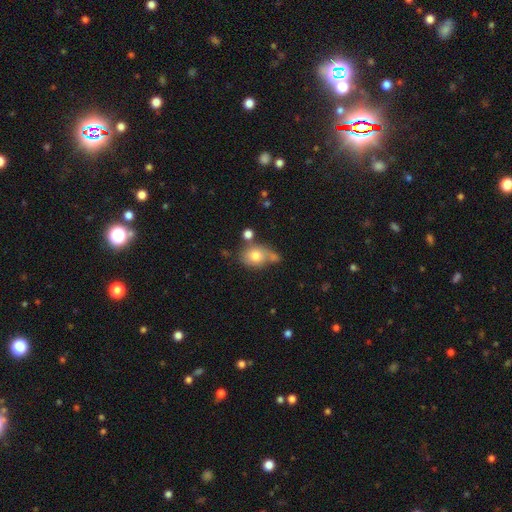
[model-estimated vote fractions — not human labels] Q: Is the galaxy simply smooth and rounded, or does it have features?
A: smooth — 75%.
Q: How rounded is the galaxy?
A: in between — 53%.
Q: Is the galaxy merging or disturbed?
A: none — 43%.